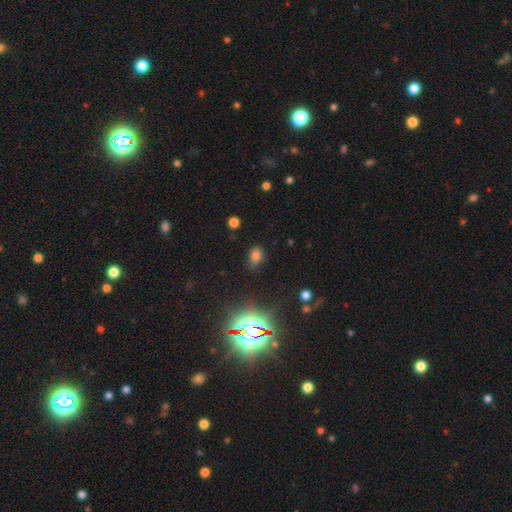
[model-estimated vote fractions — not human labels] Morphology: type=smooth (71%); roundness=in between (75%); merging=none (77%).